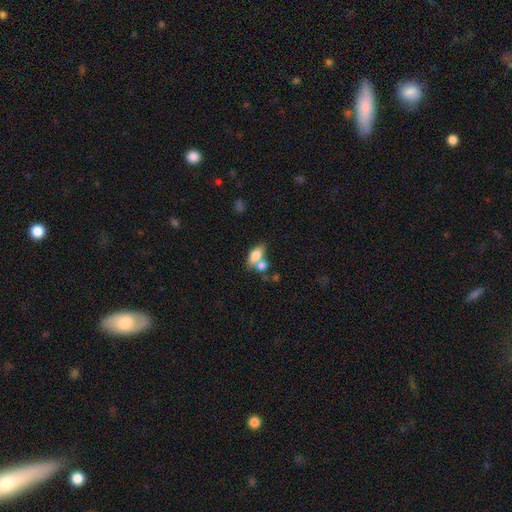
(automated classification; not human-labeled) Smooth or featured: smooth — 76% (featured or disk — 17%)
How rounded: in between — 85% (round — 9%)
Merging: merger — 50% (none — 33%)